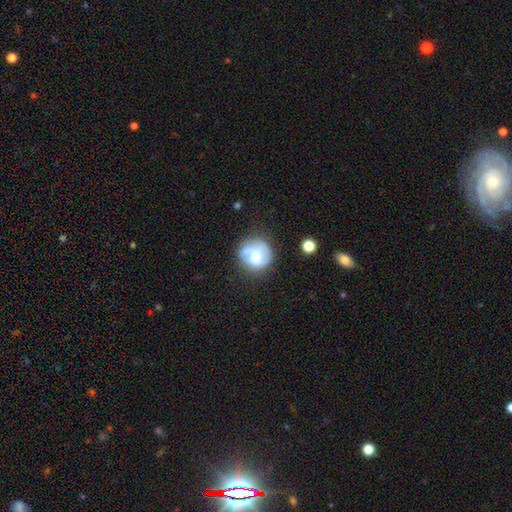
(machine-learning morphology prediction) A featured or disk galaxy (46%, tied with smooth).

Vote fractions:
- Smooth or featured? featured or disk: 46% (tied) / smooth: 46% (tied) / star or artifact: 8%
- Merging? none: 57% / minor disturbance: 22% / major disturbance: 13% / merger: 8%